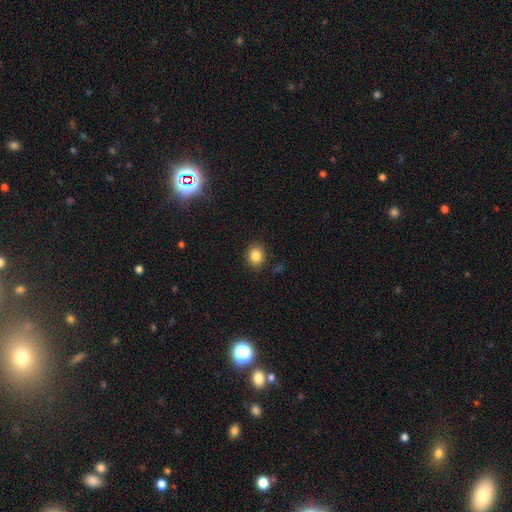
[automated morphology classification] smooth 85%, star or artifact 10%, featured or disk 5%. Down the decision tree: how rounded — round (63%); merging — none (87%).